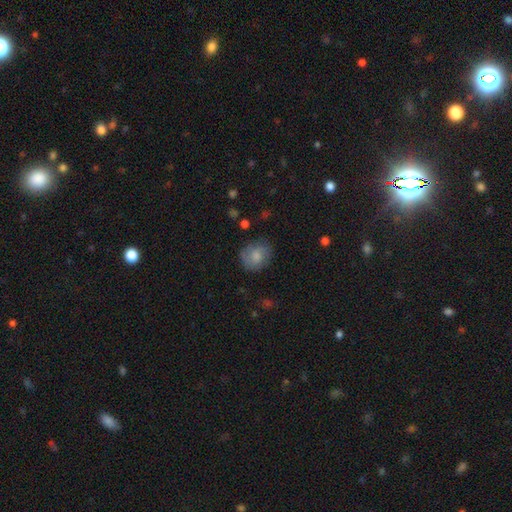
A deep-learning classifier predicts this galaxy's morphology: Smooth or featured? Predicted: smooth (p=0.71). How rounded? Predicted: round (p=0.70). Merging? Predicted: none (p=0.73).